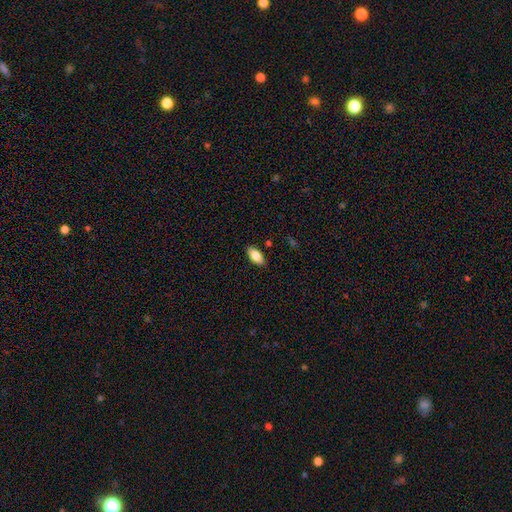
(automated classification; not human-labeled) Overall: smooth (84%). How rounded: in between (91%). Merging: none (87%).